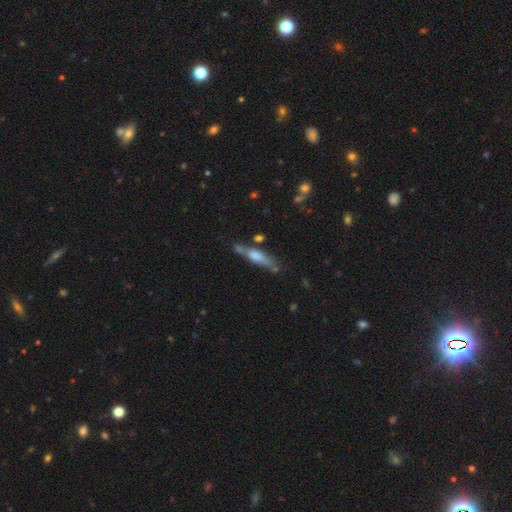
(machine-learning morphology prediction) Smooth or featured: smooth — 52% (featured or disk — 41%)
How rounded: cigar-shaped — 78% (in between — 19%)
Merging: none — 59% (minor disturbance — 21%)